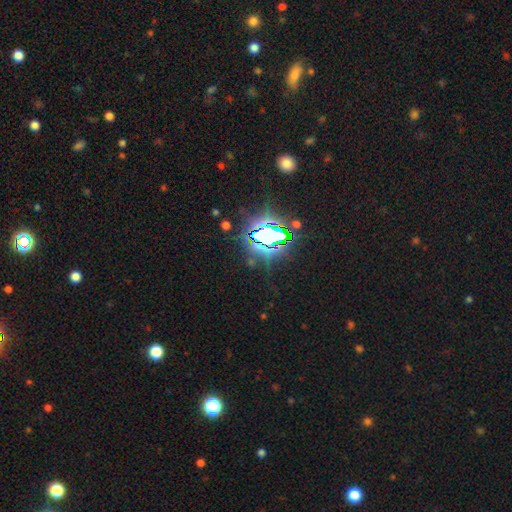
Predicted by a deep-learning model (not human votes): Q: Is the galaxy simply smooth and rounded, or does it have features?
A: star or artifact — 84%.